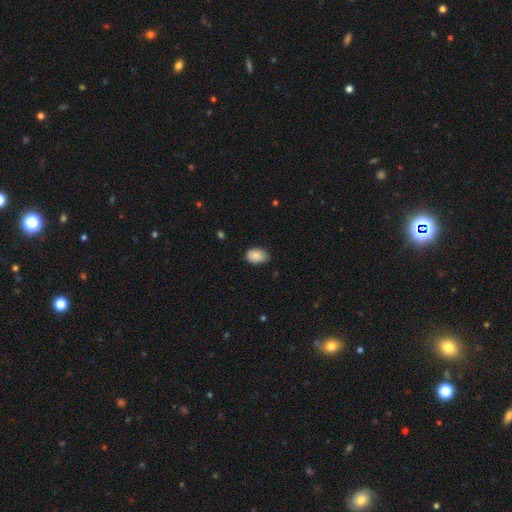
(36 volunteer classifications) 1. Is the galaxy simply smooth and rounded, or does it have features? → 83% smooth, 8% featured or disk, 8% star or artifact.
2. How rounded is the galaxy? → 90% in between, 10% round, 0% cigar-shaped.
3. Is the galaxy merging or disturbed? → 58% none, 36% minor disturbance, 3% major disturbance, 3% merger.